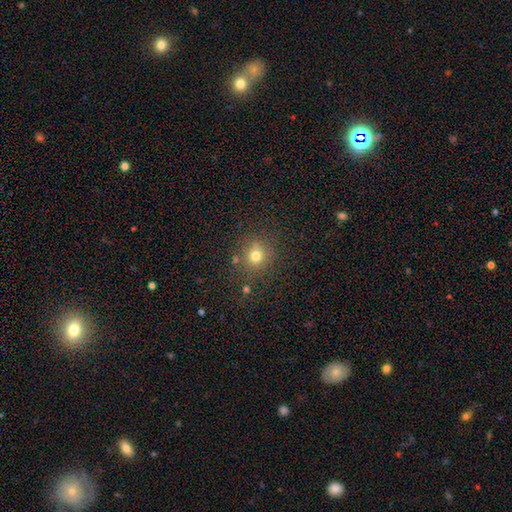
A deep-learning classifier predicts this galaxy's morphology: type=smooth (73%); roundness=round (88%); merging=none (77%).